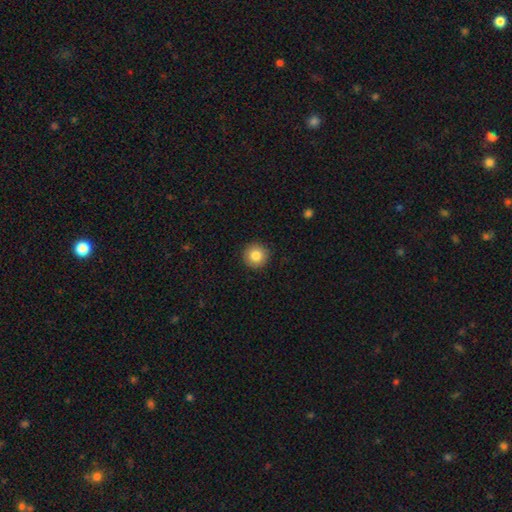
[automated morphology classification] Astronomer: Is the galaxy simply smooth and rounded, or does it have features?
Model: smooth — 84%.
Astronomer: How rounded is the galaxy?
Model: round — 96%.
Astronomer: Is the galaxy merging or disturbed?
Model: none — 92%.